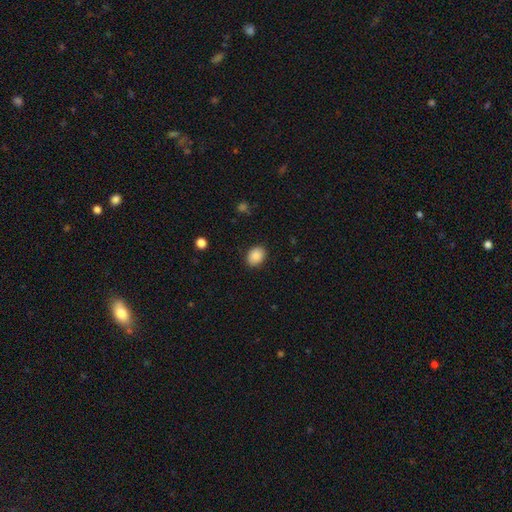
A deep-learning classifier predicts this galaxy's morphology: smooth 87%, star or artifact 8%, featured or disk 4%. Down the decision tree: how rounded — in between (63%); merging — none (87%).